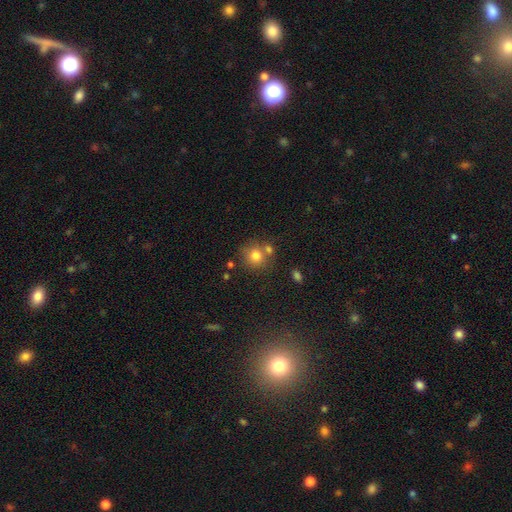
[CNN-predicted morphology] Smooth or featured? smooth (77%)
How rounded? round (87%)
Merging? none (65%)